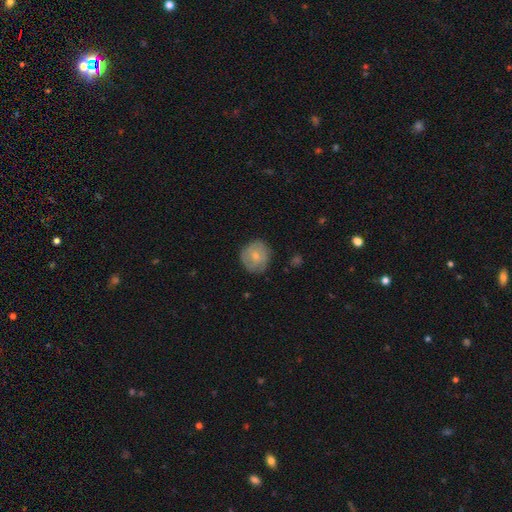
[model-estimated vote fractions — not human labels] A smooth galaxy with no disk features (59%) that is round (86%). Merging: none (74%).